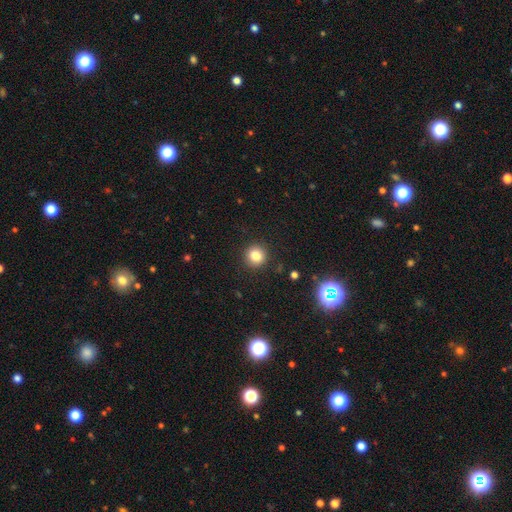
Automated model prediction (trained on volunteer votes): Smooth or featured?
  - smooth: 82% *
  - star or artifact: 12%
  - featured or disk: 6%
How rounded?
  - round: 92% *
  - in between: 7%
  - cigar-shaped: 1%
Merging?
  - none: 91% *
  - minor disturbance: 6%
  - major disturbance: 2%
  - merger: 1%